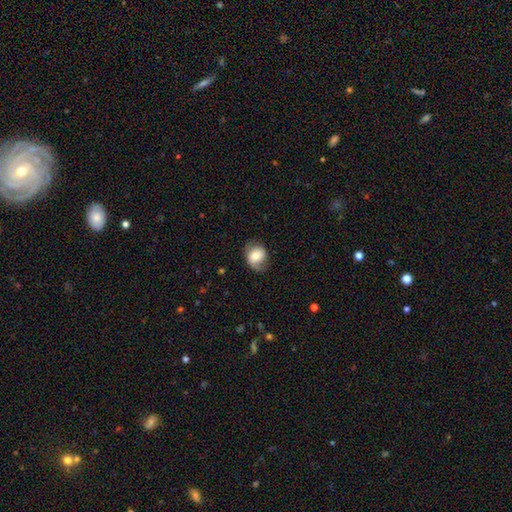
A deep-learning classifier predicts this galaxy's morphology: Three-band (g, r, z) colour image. It shows a smooth galaxy with no disk features (69%) that is round (56%). Merging: none (66%).